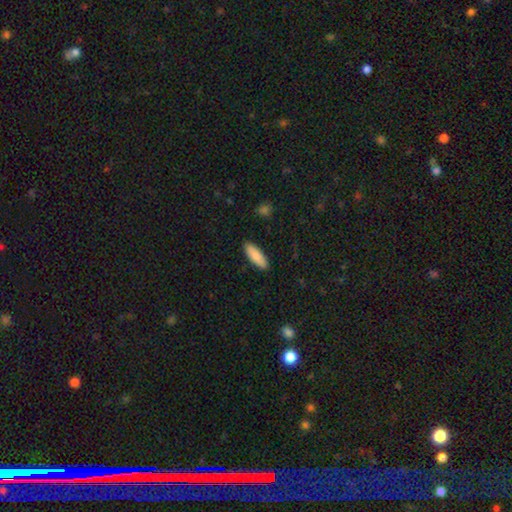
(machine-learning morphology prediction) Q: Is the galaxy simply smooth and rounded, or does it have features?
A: smooth — 88%.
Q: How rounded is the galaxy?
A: in between — 63%.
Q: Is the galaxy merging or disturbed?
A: none — 90%.